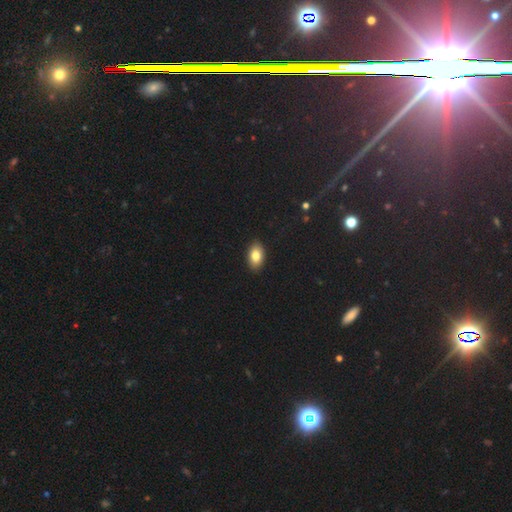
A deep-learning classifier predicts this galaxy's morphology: A smooth galaxy with no disk features (82%) that is in between round and cigar-shaped (91%). Merging: none (90%).